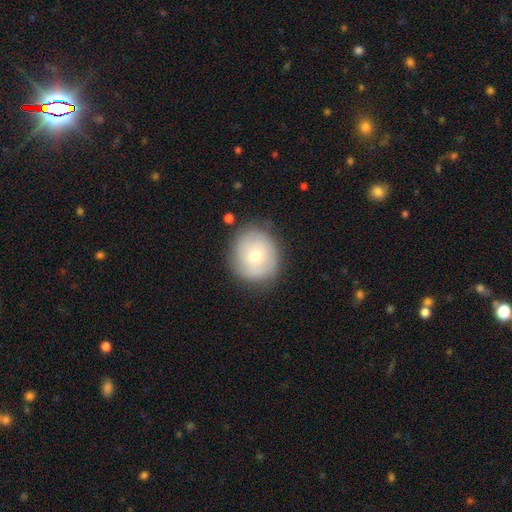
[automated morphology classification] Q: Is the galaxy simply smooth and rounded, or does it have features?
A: smooth — 60%.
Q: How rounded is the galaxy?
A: round — 79%.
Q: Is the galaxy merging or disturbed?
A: none — 80%.